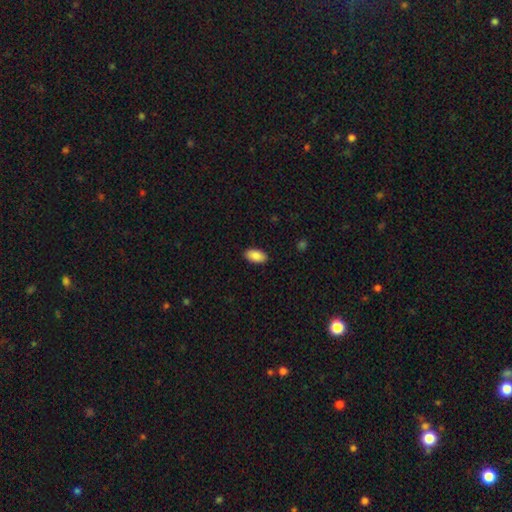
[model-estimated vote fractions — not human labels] Smooth or featured? Predicted: smooth (p=0.88). How rounded? Predicted: in between (p=0.95). Merging? Predicted: none (p=0.89).